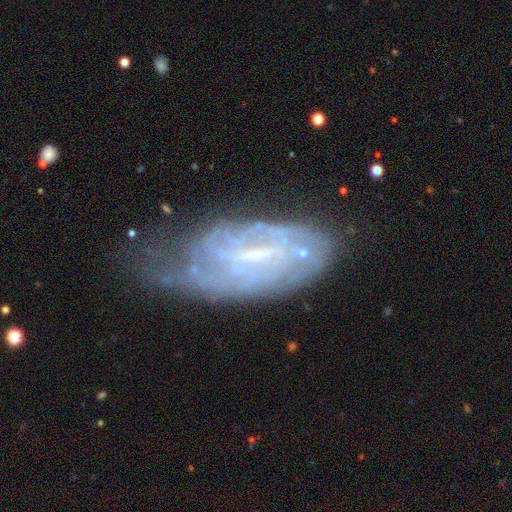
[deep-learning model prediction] Morphology: type=featured or disk (74%); edge-on=no (92%); bar=weak (49%); spiral arms=yes (81%); winding=tight (60%); arm count=can't tell (56%); bulge=small (53%); merging=none (42%).